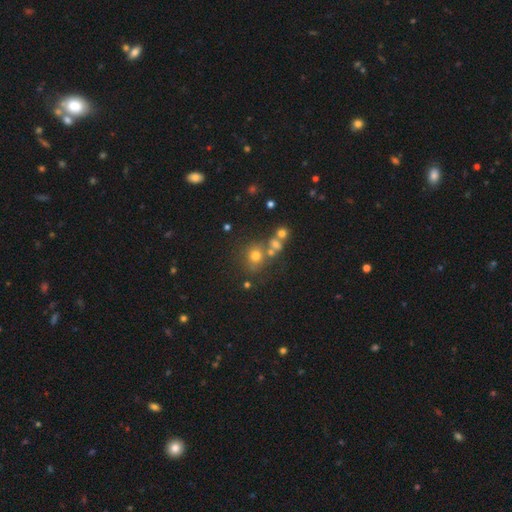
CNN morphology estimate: Overall: smooth (66%). How rounded: round (83%). Merging: none (59%; merger 23%).